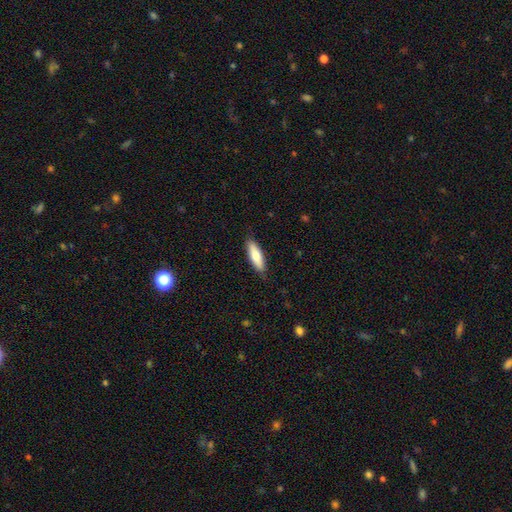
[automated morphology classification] smooth_or_featured: smooth (p=0.76) [alt: featured or disk p=0.19]
how_rounded: cigar-shaped (p=0.54) [alt: in between p=0.45]
merging: none (p=0.87) [alt: minor disturbance p=0.11]